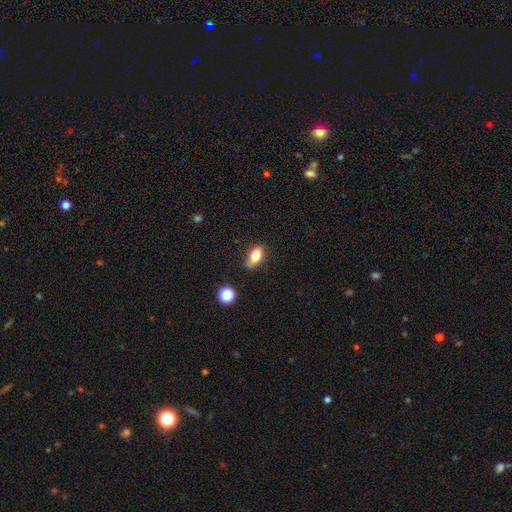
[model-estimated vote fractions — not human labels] Overall: smooth (76%). How rounded: in between (83%). Merging: none (77%).